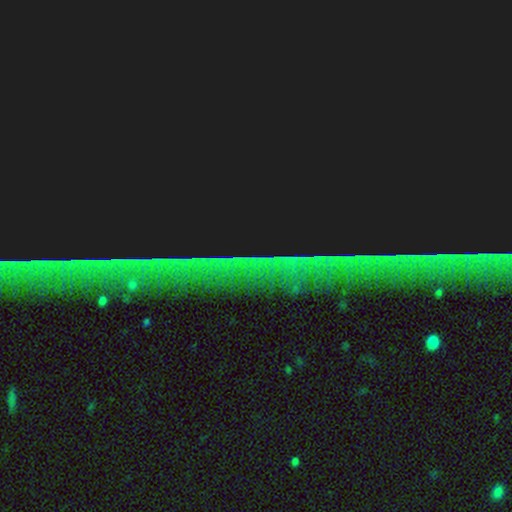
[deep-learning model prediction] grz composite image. It shows a star or artifact, not a galaxy (82%).